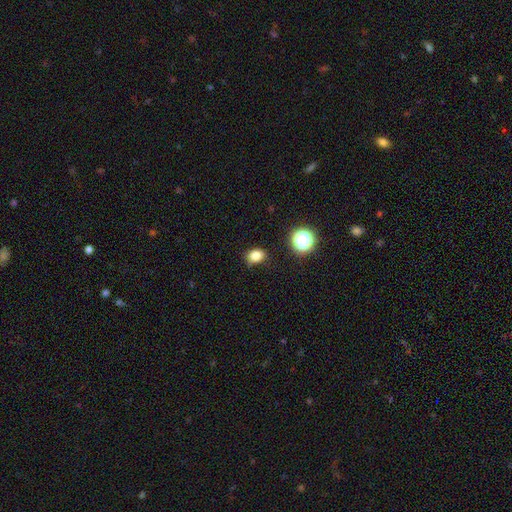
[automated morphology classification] Overall: smooth (82%). How rounded: in between (57%; round 42%). Merging: none (73%).